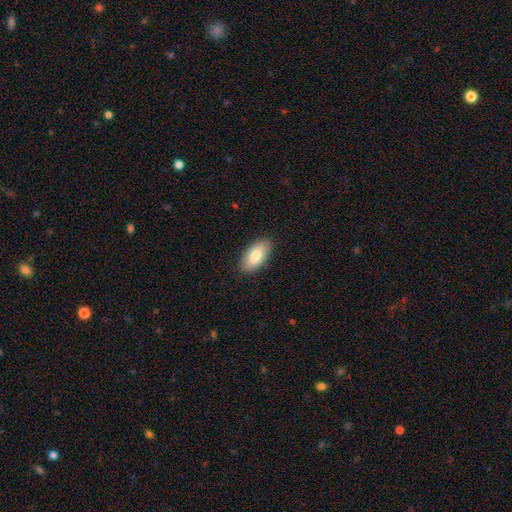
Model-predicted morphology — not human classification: Smooth or featured?
  - smooth: 82% *
  - featured or disk: 12%
  - star or artifact: 6%
How rounded?
  - in between: 93% *
  - cigar-shaped: 5%
  - round: 2%
Merging?
  - none: 89% *
  - minor disturbance: 9%
  - major disturbance: 2%
  - merger: 1%